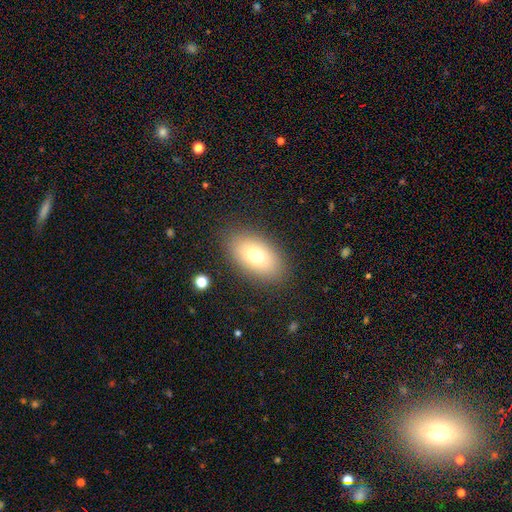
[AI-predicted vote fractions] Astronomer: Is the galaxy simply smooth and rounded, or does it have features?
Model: smooth — 72%.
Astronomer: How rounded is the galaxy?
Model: in between — 91%.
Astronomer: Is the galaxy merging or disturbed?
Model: none — 85%.